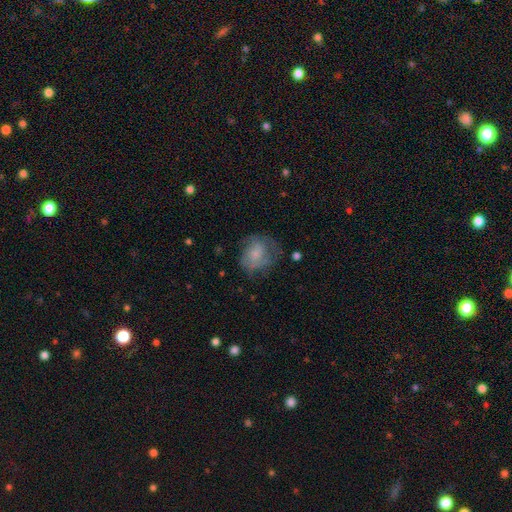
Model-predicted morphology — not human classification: This appears to be a smooth galaxy with no disk features (56%) that is round (60%). Merging: none (47%).